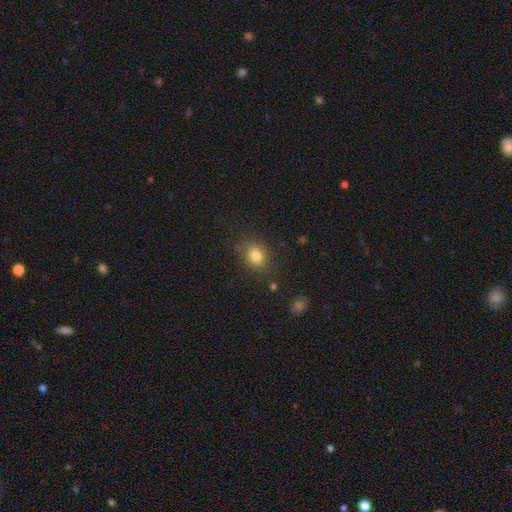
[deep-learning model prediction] Smooth or featured: smooth — 81% (star or artifact — 12%)
How rounded: round — 62% (in between — 37%)
Merging: none — 81% (minor disturbance — 11%)